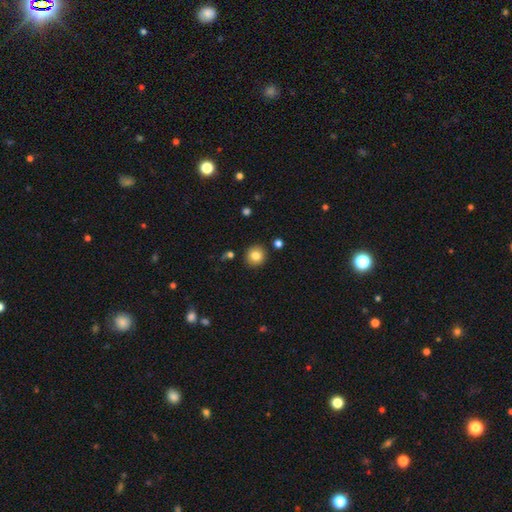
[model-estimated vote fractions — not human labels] Smooth or featured?
  - smooth: 83% *
  - star or artifact: 10%
  - featured or disk: 7%
How rounded?
  - round: 93% *
  - in between: 6%
  - cigar-shaped: 1%
Merging?
  - none: 89% *
  - minor disturbance: 6%
  - merger: 3%
  - major disturbance: 2%